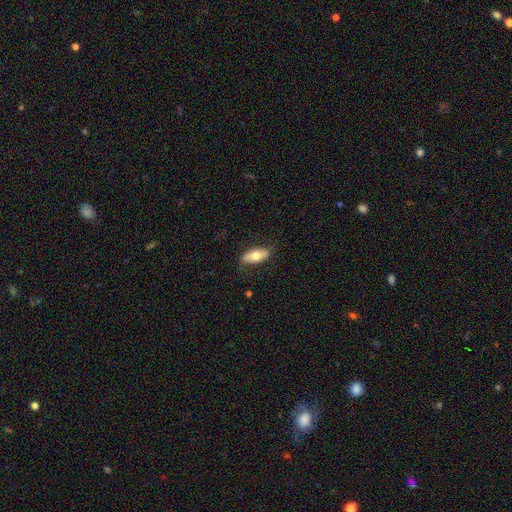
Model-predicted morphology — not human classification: smooth-or-featured: smooth: 67% | featured or disk: 27% | star or artifact: 6%
  how-rounded: in between: 81% | cigar-shaped: 16% | round: 3%
  merging: none: 80% | minor disturbance: 15% | major disturbance: 4% | merger: 1%